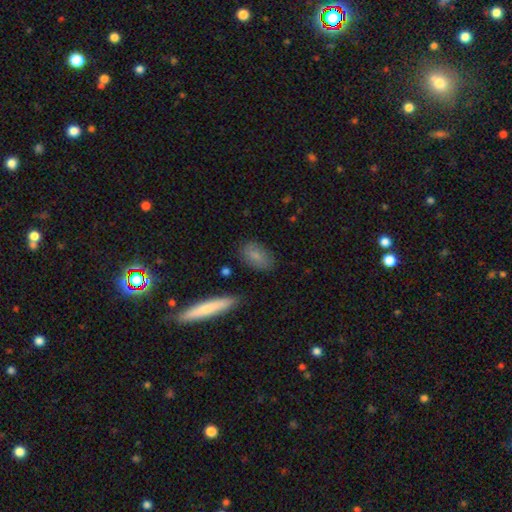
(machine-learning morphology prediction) Smooth or featured: smooth — 80% (featured or disk — 13%)
How rounded: in between — 86% (round — 7%)
Merging: none — 80% (minor disturbance — 14%)